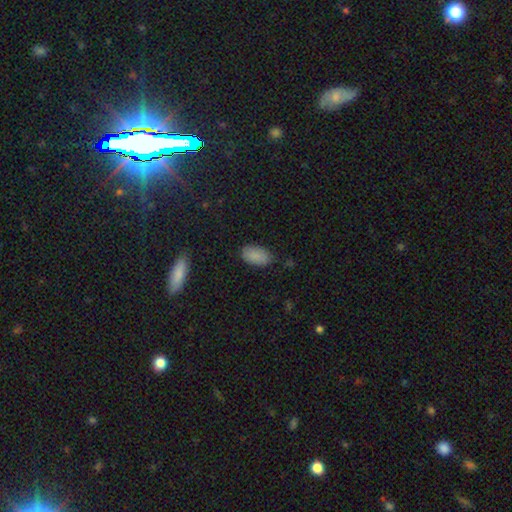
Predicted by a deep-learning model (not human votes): This appears to be a smooth galaxy with no disk features (87%) that is in between round and cigar-shaped (95%). Merging: none (77%).